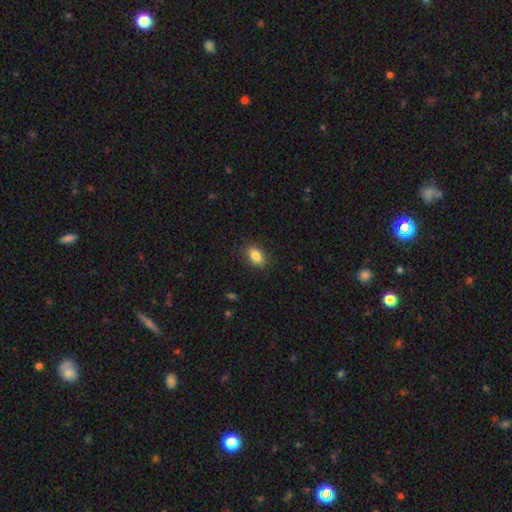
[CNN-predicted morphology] The model was most divided on "merging": none: 86%, minor disturbance: 11%, major disturbance: 3%, merger: 1%. More confident: how rounded — in between (86%); smooth or featured — smooth (85%).